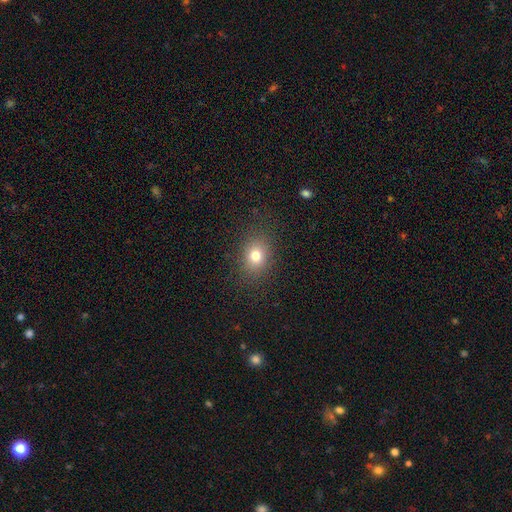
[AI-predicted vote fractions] This appears to be a smooth galaxy with no disk features (76%) that is round (51%). Merging: none (86%).